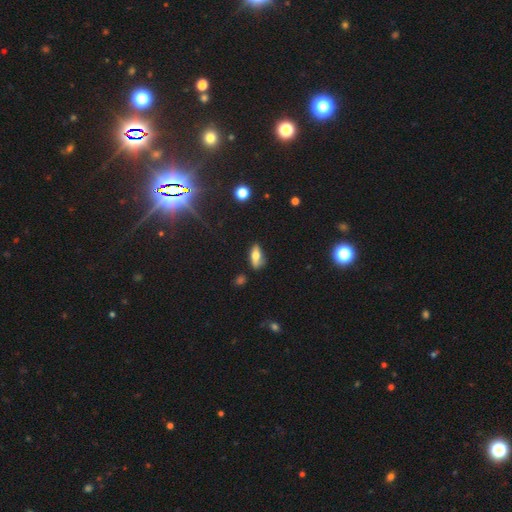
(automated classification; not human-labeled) This is likely a smooth galaxy (64%). How rounded: likely in between (74%). Merging: likely none (69%).